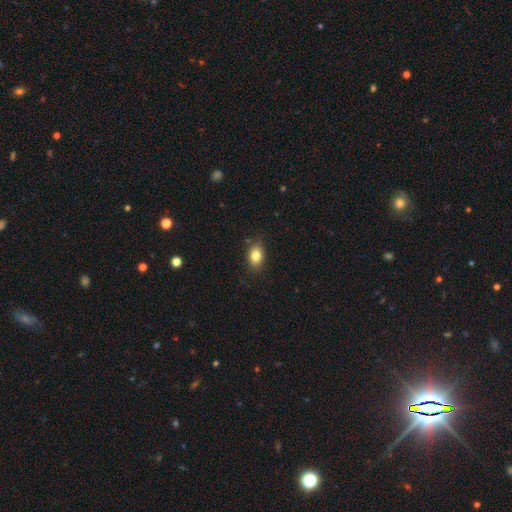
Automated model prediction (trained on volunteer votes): A smooth galaxy with no disk features (83%) that is in between round and cigar-shaped (78%).

Vote fractions:
- Smooth or featured? smooth: 83% / star or artifact: 9% / featured or disk: 8%
- How rounded? in between: 78% / round: 20% / cigar-shaped: 2%
- Merging? none: 82% / minor disturbance: 14% / major disturbance: 3% / merger: 2%